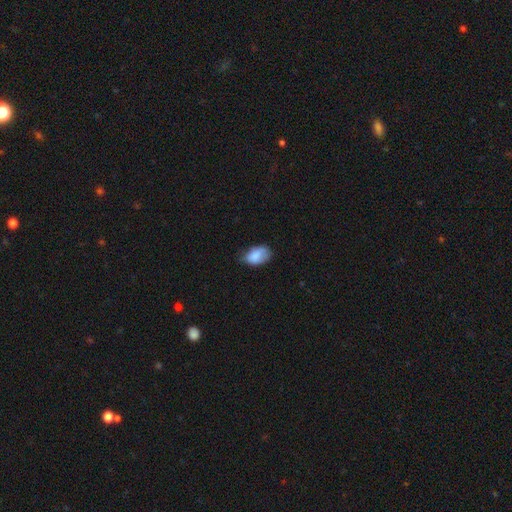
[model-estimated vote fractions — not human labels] Morphology: type=smooth (82%); roundness=in between (89%); merging=none (50%).